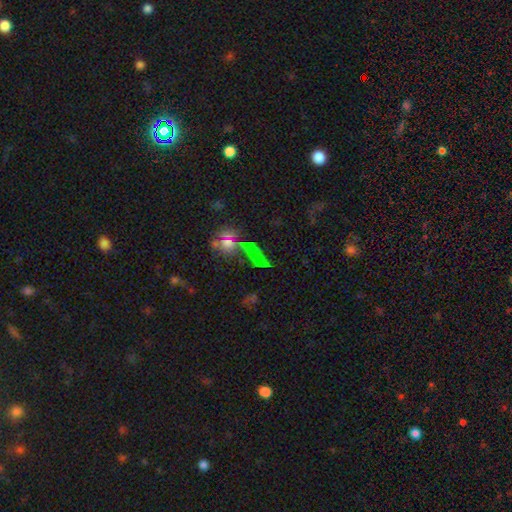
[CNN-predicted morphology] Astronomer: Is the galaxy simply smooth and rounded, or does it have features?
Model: star or artifact — 42% (runner-up: smooth, 35%).